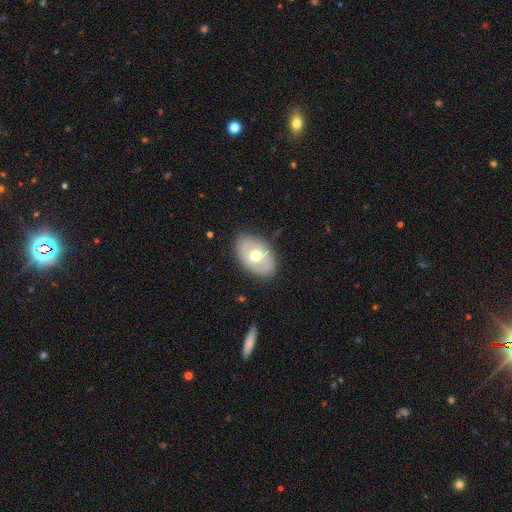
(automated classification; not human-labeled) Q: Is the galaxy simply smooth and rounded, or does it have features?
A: featured or disk — 49%.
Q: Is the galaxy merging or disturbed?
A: none — 82%.